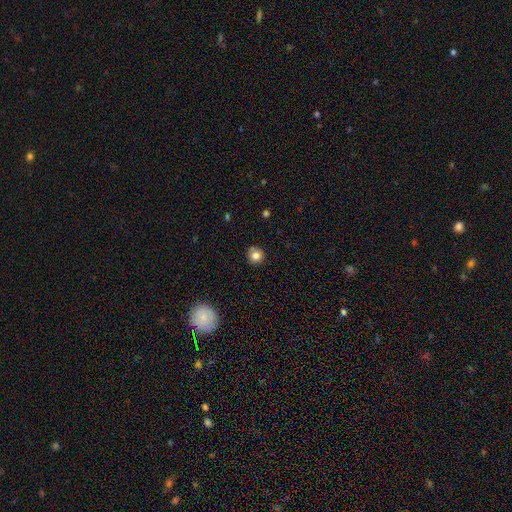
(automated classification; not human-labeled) smooth 82%, star or artifact 12%, featured or disk 7%. Down the decision tree: how rounded — round (91%); merging — none (80%).